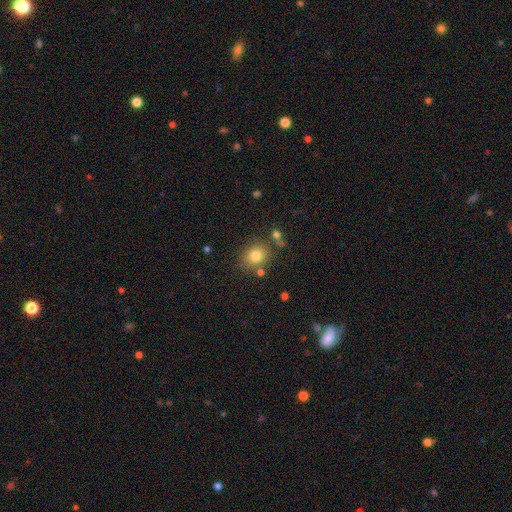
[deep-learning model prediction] smooth-or-featured: smooth: 79% | star or artifact: 12% | featured or disk: 9%
  how-rounded: round: 73% | in between: 26% | cigar-shaped: 1%
  merging: none: 76% | minor disturbance: 12% | merger: 8% | major disturbance: 4%